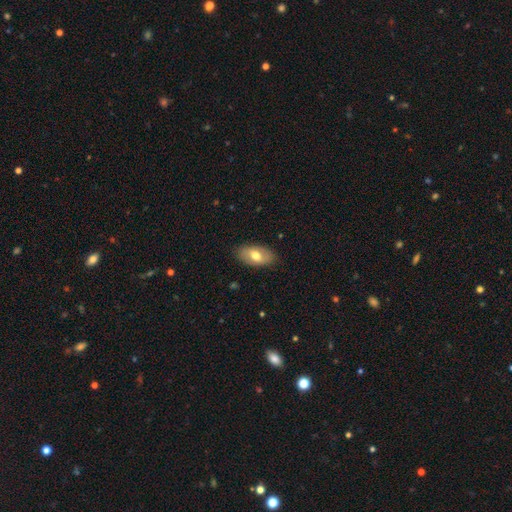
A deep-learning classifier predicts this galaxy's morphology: A smooth galaxy with no disk features (68%) that is in between round and cigar-shaped (93%).

Vote fractions:
- Smooth or featured? smooth: 68% / featured or disk: 26% / star or artifact: 6%
- How rounded? in between: 93% / round: 4% / cigar-shaped: 3%
- Merging? none: 85% / minor disturbance: 11% / major disturbance: 3% / merger: 1%